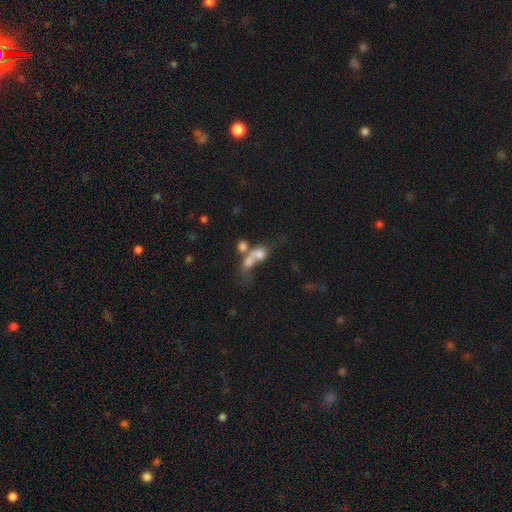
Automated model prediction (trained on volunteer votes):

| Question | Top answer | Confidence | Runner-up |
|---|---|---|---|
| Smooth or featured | smooth | 62% | featured or disk (25%) |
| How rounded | in between | 50% | round (44%) |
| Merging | merger | 64% | none (15%) |